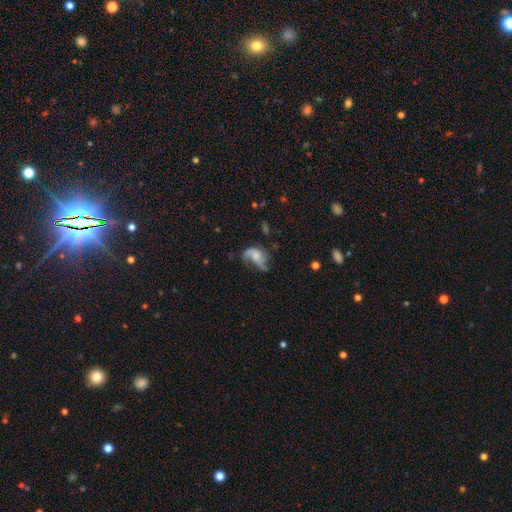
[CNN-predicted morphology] This is likely a featured or disk galaxy (69%). It is clearly not viewed edge-on (97%). Bar: likely no (68%). Spiral arm pattern: clearly yes (87%). Spiral arm count: possibly 2 (53%). Spiral winding: likely loose (61%). Central bulge: marginally moderate (35%). Merging: marginally none (38%).